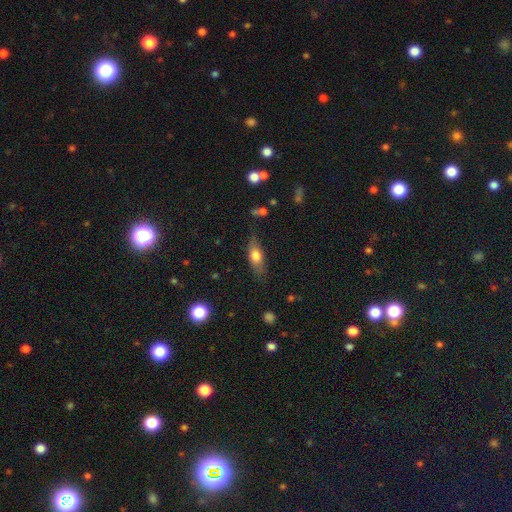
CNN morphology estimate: smooth 67%, featured or disk 26%, star or artifact 8%. Down the decision tree: how rounded — in between (67%); merging — none (71%).